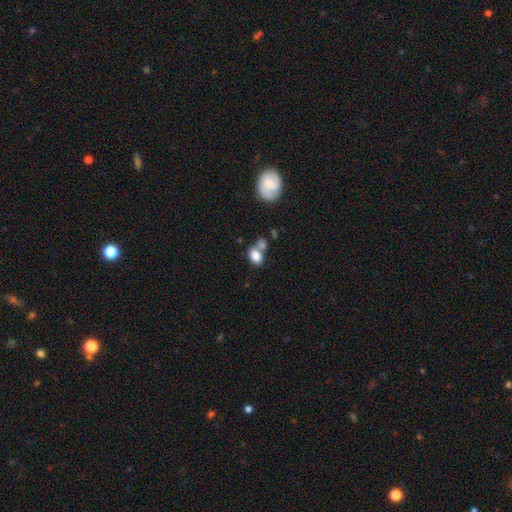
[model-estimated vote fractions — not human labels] smooth 81%, featured or disk 10%, star or artifact 9%. Down the decision tree: how rounded — in between (69%); merging — none (42%).